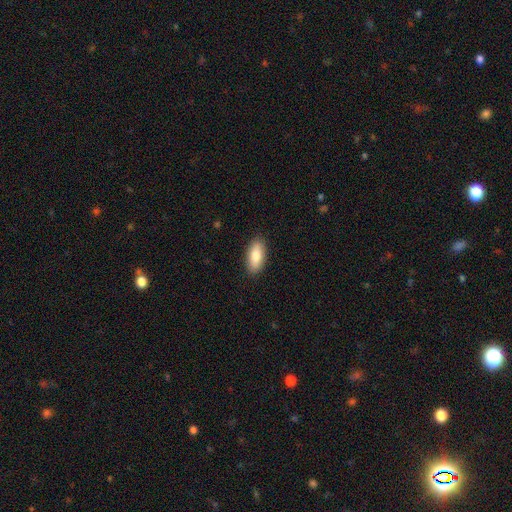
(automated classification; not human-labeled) This is clearly a smooth galaxy (81%). How rounded: clearly in between (87%). Merging: clearly none (89%).